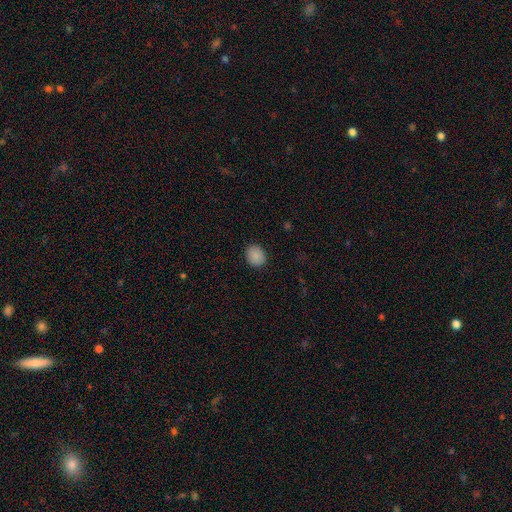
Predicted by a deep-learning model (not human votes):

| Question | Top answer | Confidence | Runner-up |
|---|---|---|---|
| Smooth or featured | smooth | 88% | star or artifact (9%) |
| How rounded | round | 62% | in between (37%) |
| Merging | none | 89% | minor disturbance (8%) |